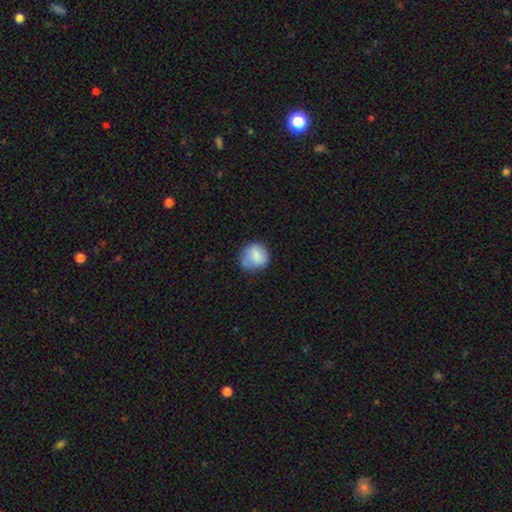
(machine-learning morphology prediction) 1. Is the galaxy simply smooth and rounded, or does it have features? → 80% smooth, 13% featured or disk, 7% star or artifact.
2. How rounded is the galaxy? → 82% round, 17% in between, 1% cigar-shaped.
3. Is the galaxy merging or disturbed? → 63% none, 28% minor disturbance, 7% major disturbance, 2% merger.